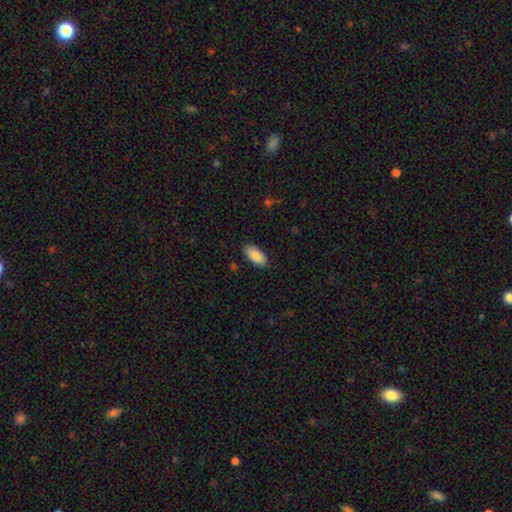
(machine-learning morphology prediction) smooth_or_featured: smooth (p=0.87) [alt: featured or disk p=0.07]
how_rounded: in between (p=0.91) [alt: cigar-shaped p=0.07]
merging: none (p=0.87) [alt: minor disturbance p=0.09]